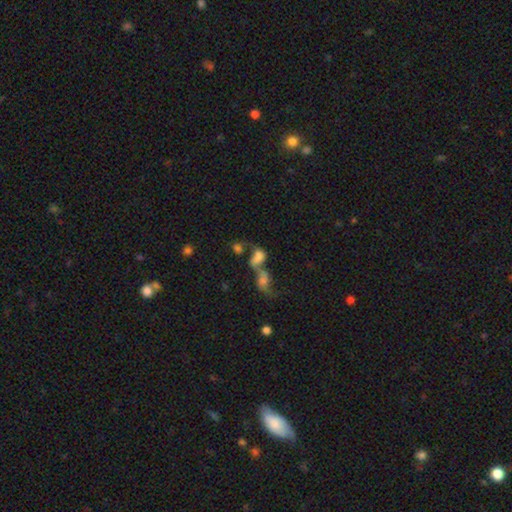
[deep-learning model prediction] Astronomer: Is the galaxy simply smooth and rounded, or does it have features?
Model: smooth — 42% (runner-up: star or artifact, 39%).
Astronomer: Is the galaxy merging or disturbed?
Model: none — 51% (runner-up: merger, 31%).